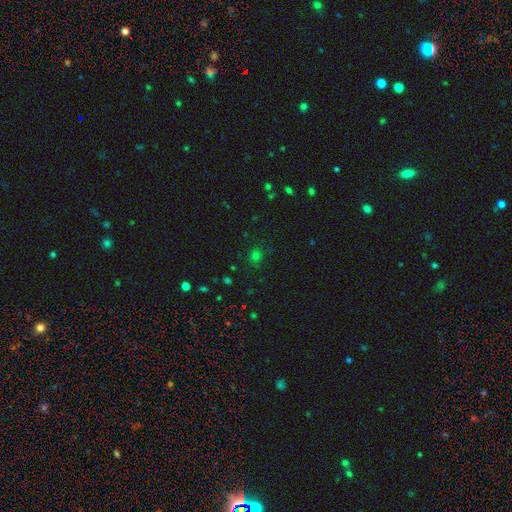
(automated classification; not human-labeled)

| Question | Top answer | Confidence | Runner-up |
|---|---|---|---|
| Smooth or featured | smooth | 67% | star or artifact (28%) |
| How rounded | round | 86% | in between (13%) |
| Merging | none | 85% | minor disturbance (10%) |